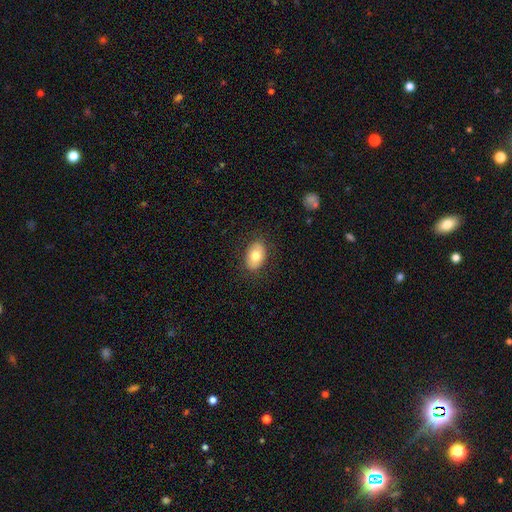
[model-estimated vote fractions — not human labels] smooth 76%, featured or disk 17%, star or artifact 7%. Down the decision tree: how rounded — in between (88%); merging — none (86%).